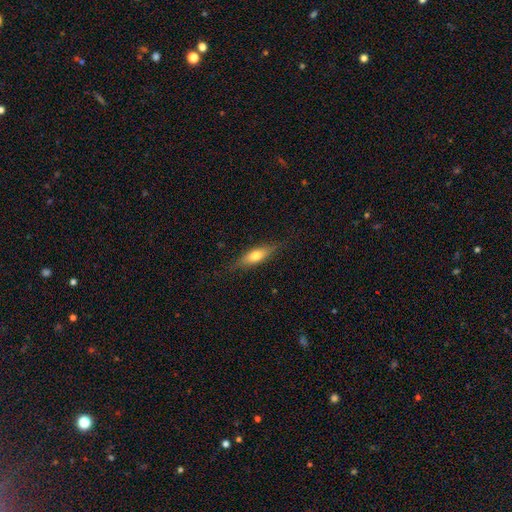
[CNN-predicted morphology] Smooth or featured? Predicted: smooth (p=0.61). How rounded? Predicted: in between (p=0.49). Merging? Predicted: none (p=0.81).